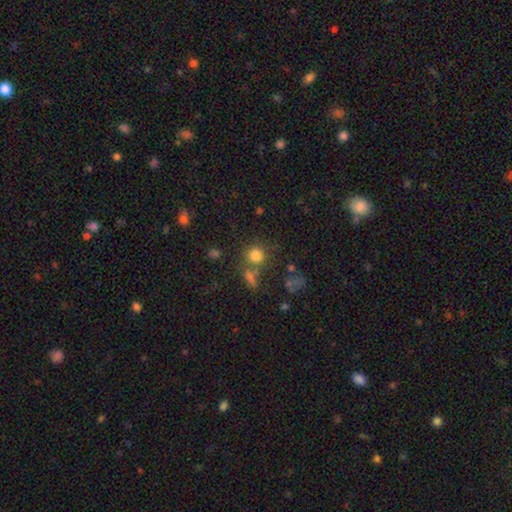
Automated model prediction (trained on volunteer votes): smooth-or-featured: smooth: 79% | star or artifact: 14% | featured or disk: 7%
  how-rounded: round: 91% | in between: 8% | cigar-shaped: 1%
  merging: none: 66% | merger: 18% | minor disturbance: 10% | major disturbance: 6%